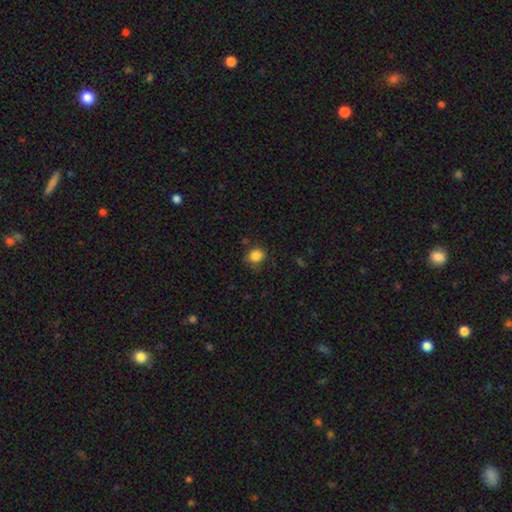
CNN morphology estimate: Smooth or featured: smooth — 85% (star or artifact — 11%)
How rounded: round — 64% (in between — 35%)
Merging: none — 74% (minor disturbance — 19%)